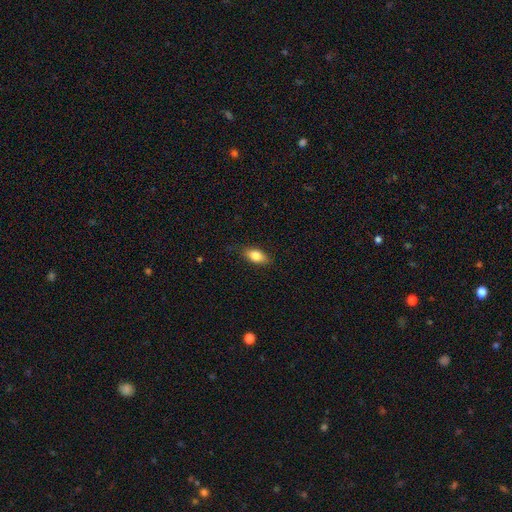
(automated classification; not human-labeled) smooth_or_featured: smooth (p=0.80) [alt: featured or disk p=0.12]
how_rounded: in between (p=0.86) [alt: cigar-shaped p=0.09]
merging: none (p=0.82) [alt: minor disturbance p=0.14]